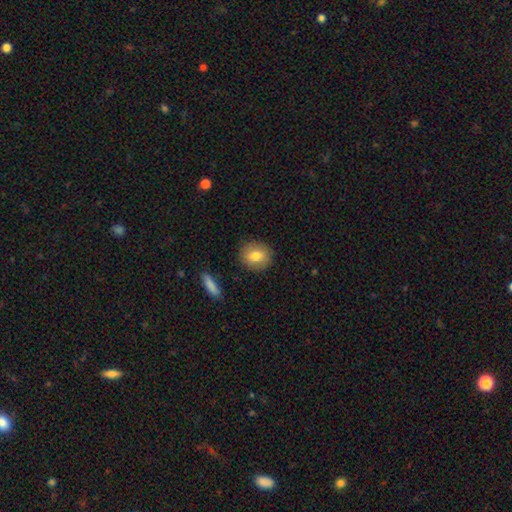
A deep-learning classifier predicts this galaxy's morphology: type=smooth (79%); roundness=round (75%); merging=none (87%).